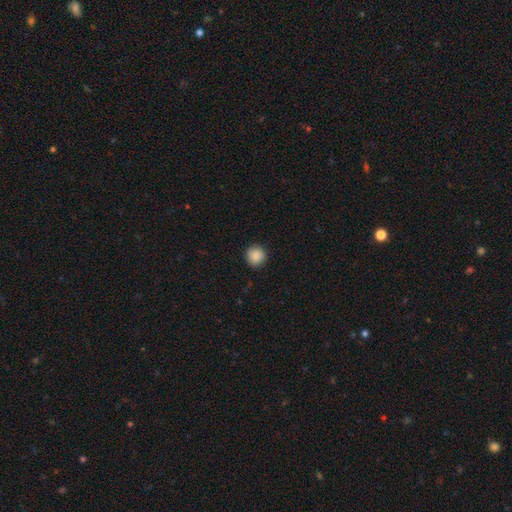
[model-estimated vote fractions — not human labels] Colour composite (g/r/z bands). It shows a smooth galaxy with no disk features (88%) that is round (93%). Merging: none (90%).